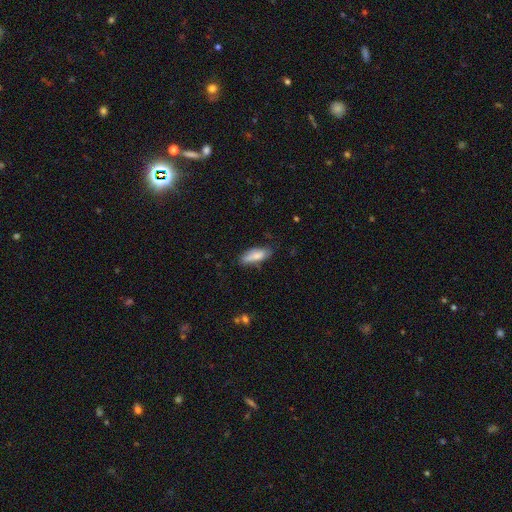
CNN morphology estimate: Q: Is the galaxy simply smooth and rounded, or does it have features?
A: smooth — 80%.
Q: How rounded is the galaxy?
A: in between — 62%.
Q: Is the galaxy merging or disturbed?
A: none — 69%.